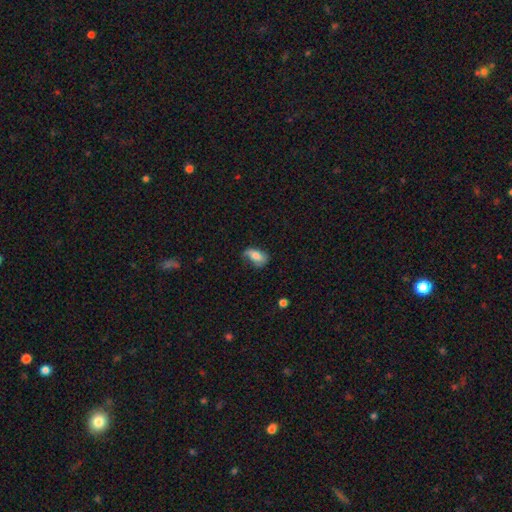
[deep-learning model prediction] Overall: smooth (68%). How rounded: in between (88%). Merging: none (50%; minor disturbance 34%).